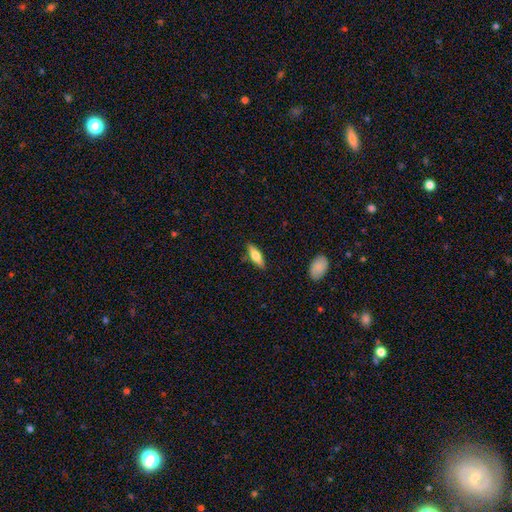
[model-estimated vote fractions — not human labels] This is likely a smooth galaxy (64%). How rounded: possibly in between (55%). Merging: clearly none (85%).